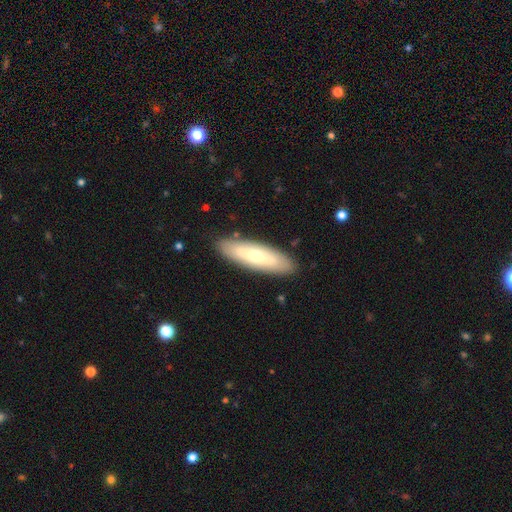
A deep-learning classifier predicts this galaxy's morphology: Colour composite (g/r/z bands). It shows a smooth galaxy with no disk features (56%) that is cigar-shaped (52%). Merging: none (86%).